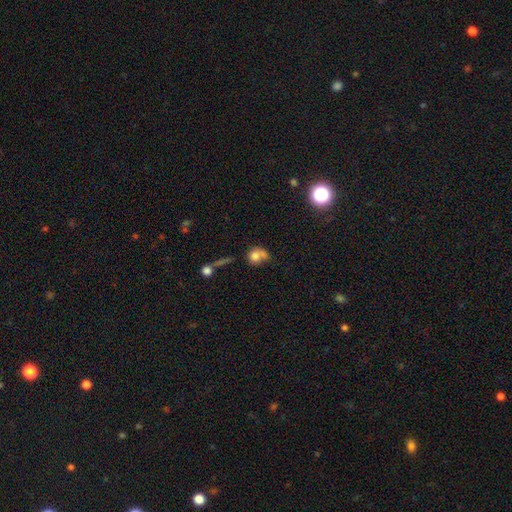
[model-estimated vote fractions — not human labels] Smooth or featured? Predicted: smooth (p=0.71). How rounded? Predicted: round (p=0.67). Merging? Predicted: none (p=0.33).